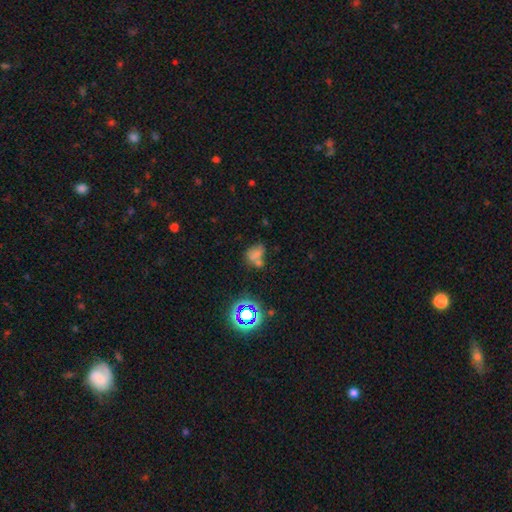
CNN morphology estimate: Overall: smooth (59%; star or artifact 25%). How rounded: in between (63%; round 34%). Merging: merger (43%; none 31%).